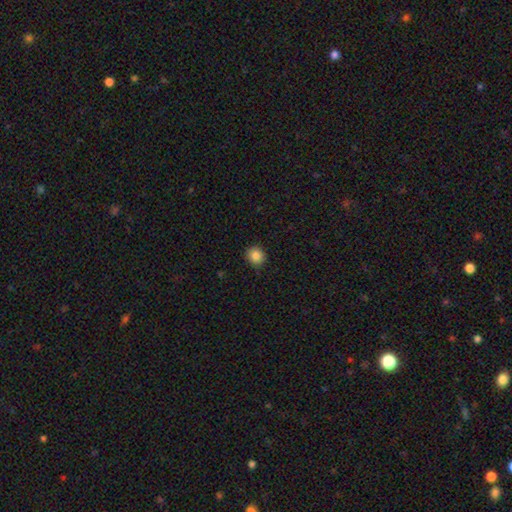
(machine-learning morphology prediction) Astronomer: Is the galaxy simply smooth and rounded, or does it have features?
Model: smooth — 85%.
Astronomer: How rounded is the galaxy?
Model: round — 86%.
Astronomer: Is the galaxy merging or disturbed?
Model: none — 89%.